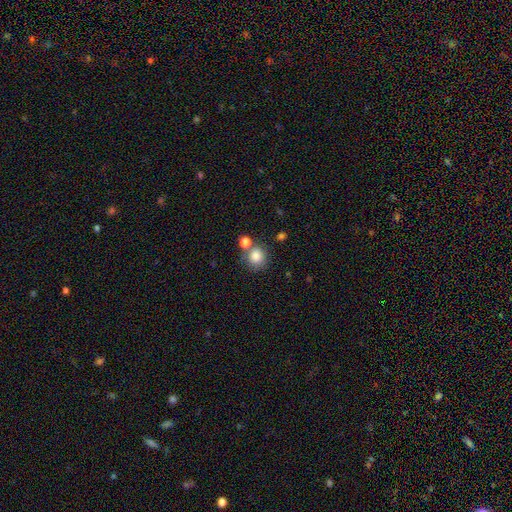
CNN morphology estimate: smooth 83%, star or artifact 10%, featured or disk 6%. Down the decision tree: how rounded — round (86%); merging — none (64%).